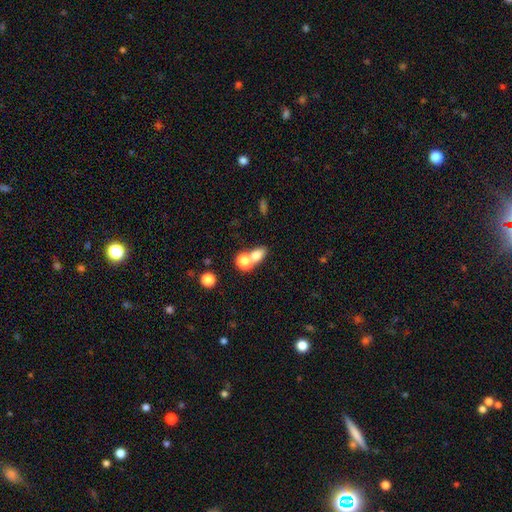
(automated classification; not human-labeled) A smooth galaxy with no disk features (76%) that is in between round and cigar-shaped (59%).

Vote fractions:
- Smooth or featured? smooth: 76% / featured or disk: 13% / star or artifact: 11%
- How rounded? in between: 59% / round: 38% / cigar-shaped: 3%
- Merging? merger: 57% / none: 32% / minor disturbance: 7% / major disturbance: 4%